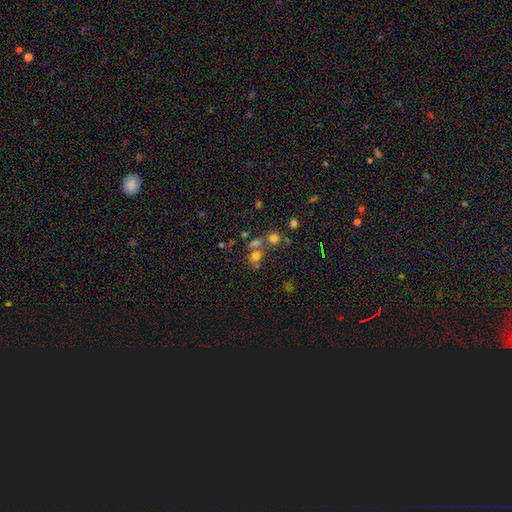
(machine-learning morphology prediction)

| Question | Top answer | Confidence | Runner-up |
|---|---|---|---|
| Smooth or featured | smooth | 64% | star or artifact (23%) |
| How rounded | round | 70% | in between (28%) |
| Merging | none | 48% | merger (35%) |